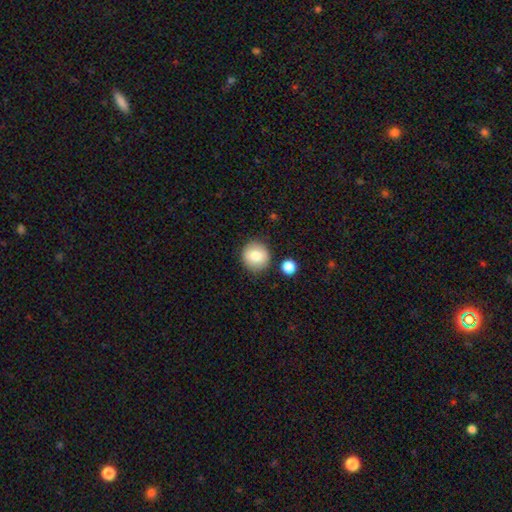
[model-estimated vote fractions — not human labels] Smooth or featured?
  - smooth: 80% *
  - featured or disk: 11%
  - star or artifact: 9%
How rounded?
  - round: 93% *
  - in between: 6%
  - cigar-shaped: 1%
Merging?
  - none: 86% *
  - minor disturbance: 8%
  - merger: 4%
  - major disturbance: 2%